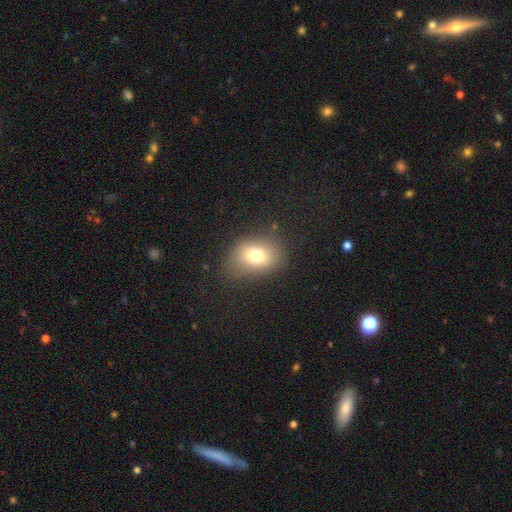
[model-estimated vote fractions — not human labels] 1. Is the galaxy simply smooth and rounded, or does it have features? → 74% smooth, 13% featured or disk, 13% star or artifact.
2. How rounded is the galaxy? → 59% in between, 40% round, 1% cigar-shaped.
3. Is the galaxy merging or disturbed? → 77% none, 15% minor disturbance, 7% major disturbance, 1% merger.